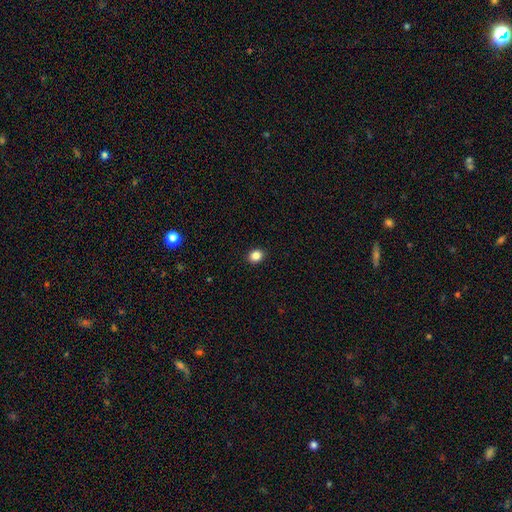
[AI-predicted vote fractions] Q: Smooth or featured?
A: smooth (86%); runner-up: star or artifact (11%)
Q: How rounded?
A: round (64%); runner-up: in between (36%)
Q: Merging?
A: none (92%); runner-up: minor disturbance (6%)